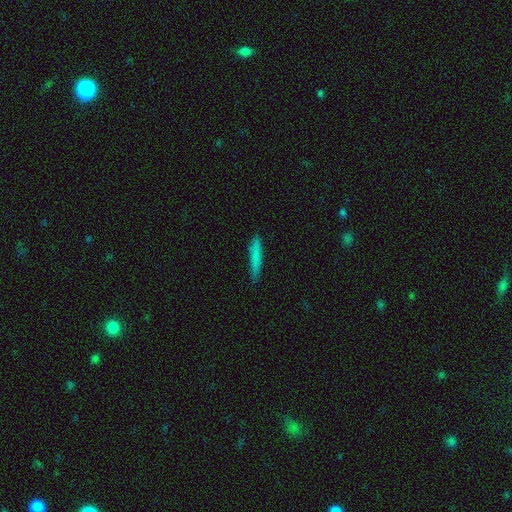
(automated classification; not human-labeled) Smooth or featured? smooth (78%)
How rounded? cigar-shaped (94%)
Merging? none (86%)